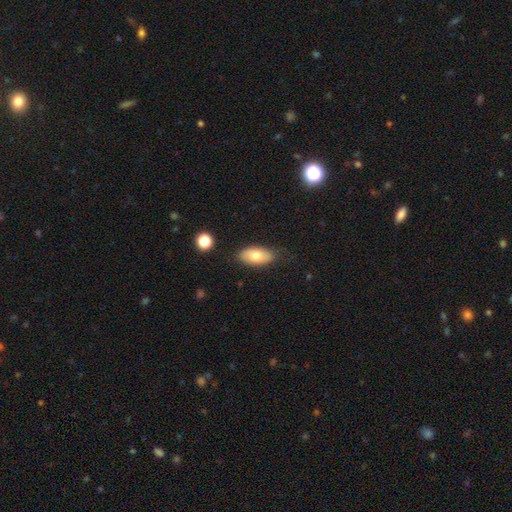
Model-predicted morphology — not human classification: The model was most divided on "smooth or featured": smooth: 73%, featured or disk: 20%, star or artifact: 7%. More confident: how rounded — in between (91%); merging — none (78%).